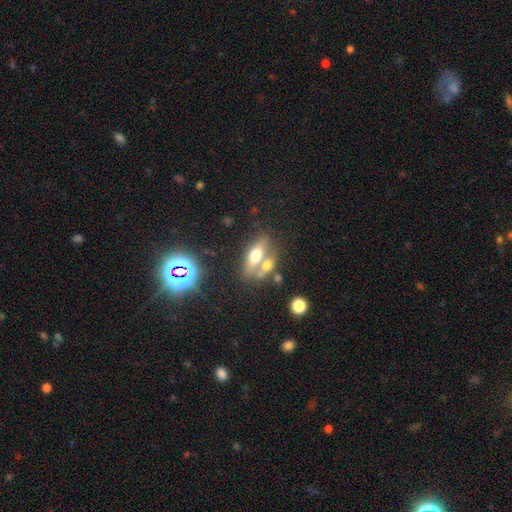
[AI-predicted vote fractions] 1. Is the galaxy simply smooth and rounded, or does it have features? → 55% smooth, 32% featured or disk, 13% star or artifact.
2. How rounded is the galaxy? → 70% in between, 21% cigar-shaped, 9% round.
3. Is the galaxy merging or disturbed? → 42% none, 40% merger, 11% minor disturbance, 6% major disturbance.